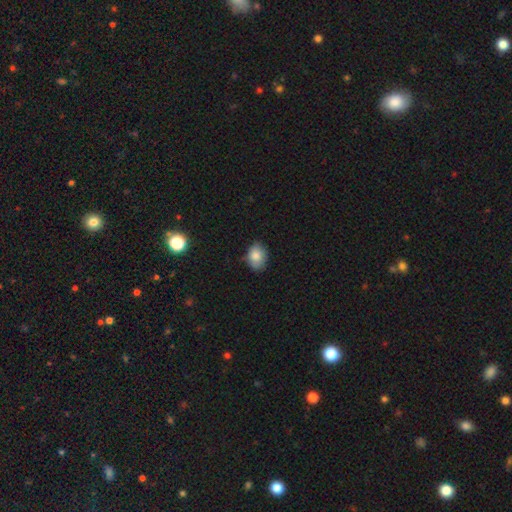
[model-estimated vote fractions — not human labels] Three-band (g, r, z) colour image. It shows a smooth galaxy with no disk features (83%) that is in between round and cigar-shaped (67%). Merging: none (76%).